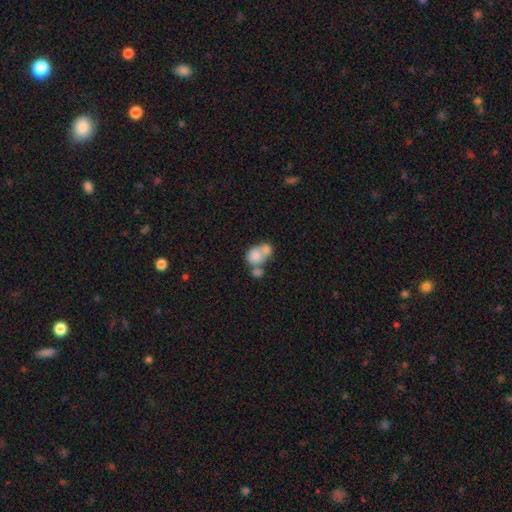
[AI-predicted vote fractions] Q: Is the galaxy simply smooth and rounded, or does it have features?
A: smooth — 75%.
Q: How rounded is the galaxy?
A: round — 57%.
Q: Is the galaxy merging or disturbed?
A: merger — 65%.